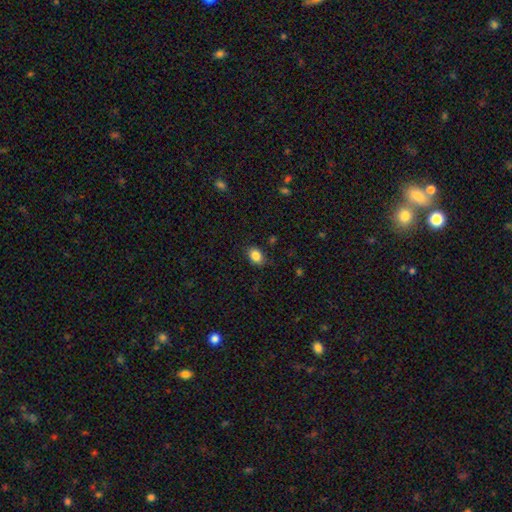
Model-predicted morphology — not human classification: This appears to be a smooth galaxy with no disk features (85%) that is in between round and cigar-shaped (75%). Merging: none (82%).